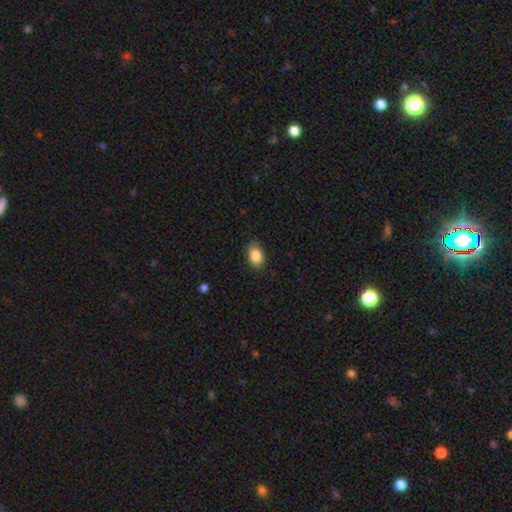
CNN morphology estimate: Overall: smooth (86%). How rounded: in between (83%). Merging: none (85%).